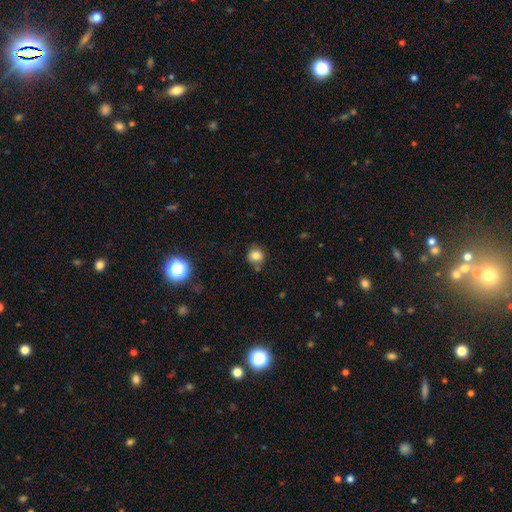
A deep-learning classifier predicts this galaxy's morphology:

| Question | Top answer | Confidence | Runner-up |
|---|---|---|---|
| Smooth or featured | smooth | 79% | star or artifact (12%) |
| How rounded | round | 81% | in between (18%) |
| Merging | none | 68% | minor disturbance (20%) |